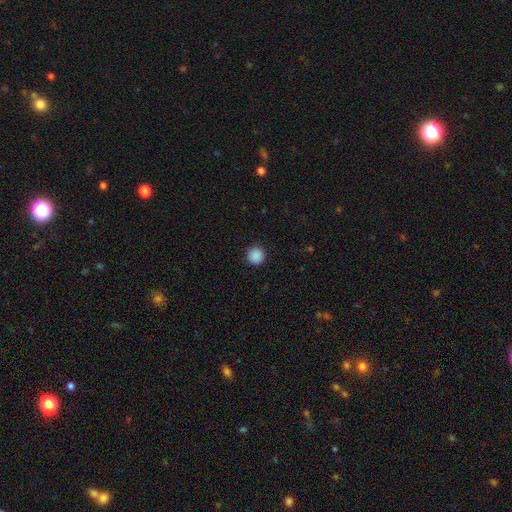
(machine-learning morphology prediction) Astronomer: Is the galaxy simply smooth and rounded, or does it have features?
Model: smooth — 88%.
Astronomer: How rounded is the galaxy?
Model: round — 96%.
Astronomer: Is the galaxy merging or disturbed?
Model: none — 93%.